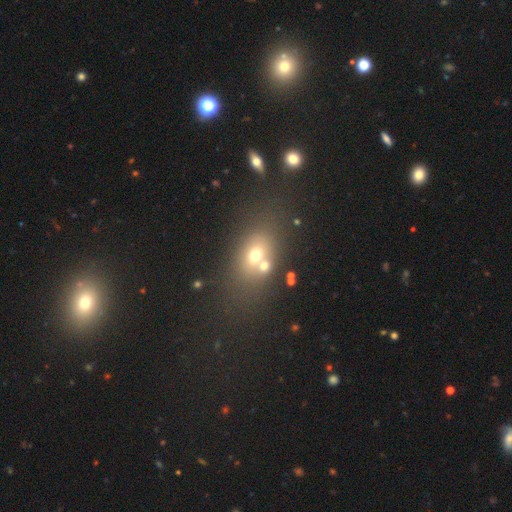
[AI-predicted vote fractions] Smooth or featured: smooth — 61% (featured or disk — 22%)
How rounded: in between — 66% (round — 31%)
Merging: none — 50% (merger — 32%)